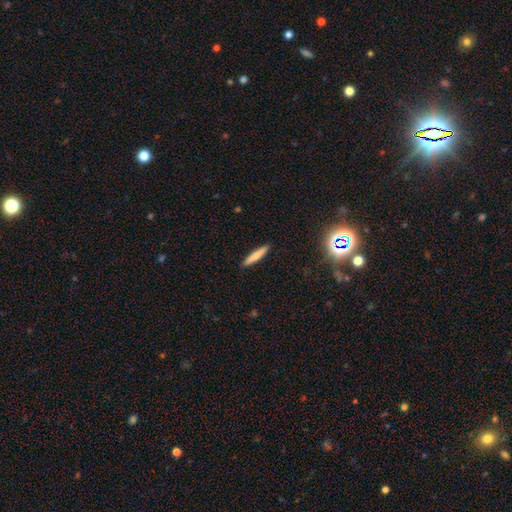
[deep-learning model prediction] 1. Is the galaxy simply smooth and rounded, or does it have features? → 74% smooth, 19% featured or disk, 7% star or artifact.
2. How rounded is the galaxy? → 92% cigar-shaped, 6% in between, 1% round.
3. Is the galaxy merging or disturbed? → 90% none, 7% minor disturbance, 2% major disturbance, 1% merger.